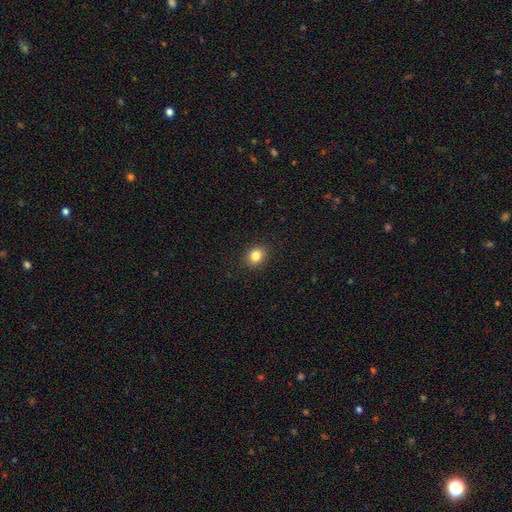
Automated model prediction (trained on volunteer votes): Q: Smooth or featured?
A: smooth (84%); runner-up: star or artifact (11%)
Q: How rounded?
A: round (67%); runner-up: in between (32%)
Q: Merging?
A: none (90%); runner-up: minor disturbance (7%)